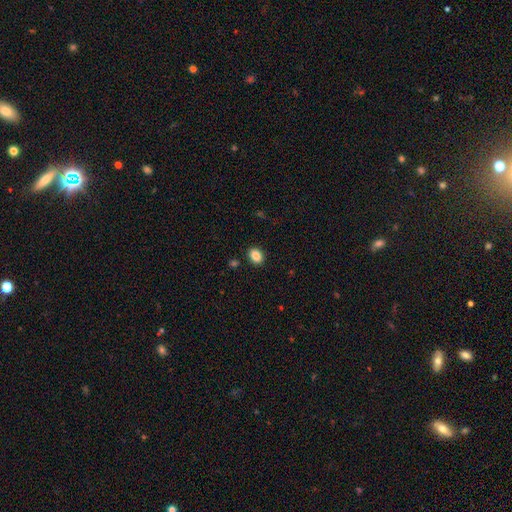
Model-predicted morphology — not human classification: Smooth or featured?
  - smooth: 87% *
  - star or artifact: 9%
  - featured or disk: 4%
How rounded?
  - in between: 67% *
  - round: 32%
  - cigar-shaped: 1%
Merging?
  - none: 89% *
  - minor disturbance: 7%
  - major disturbance: 2%
  - merger: 2%